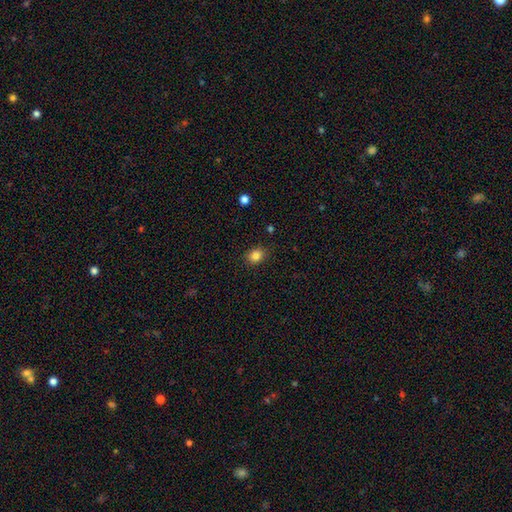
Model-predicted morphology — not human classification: The model was most divided on "how rounded": round: 59%, in between: 40%, cigar-shaped: 1%. More confident: merging — none (88%); smooth or featured — smooth (85%).